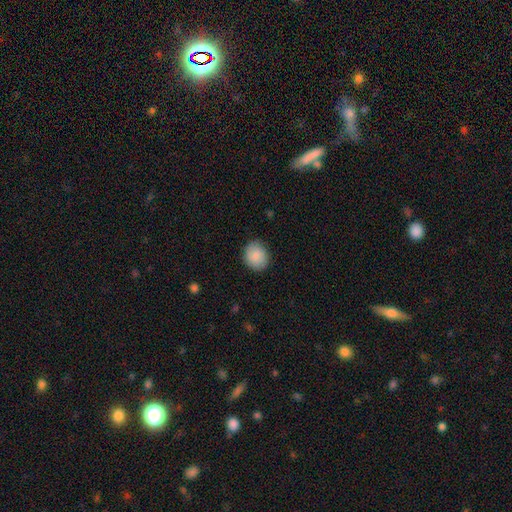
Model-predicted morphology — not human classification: A smooth galaxy with no disk features (86%) that is round (69%). Merging: none (85%).